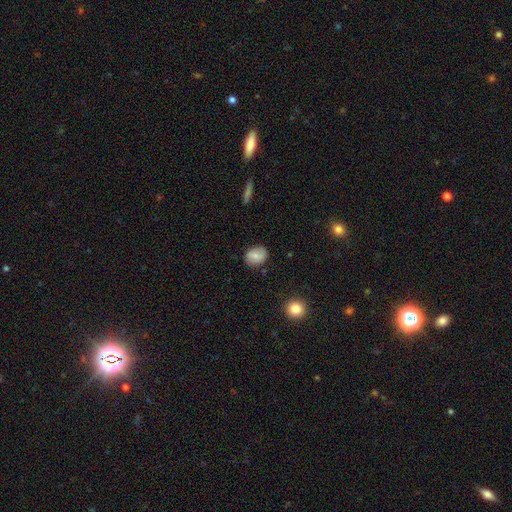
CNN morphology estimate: Smooth or featured? smooth (69%)
How rounded? in between (60%)
Merging? none (80%)